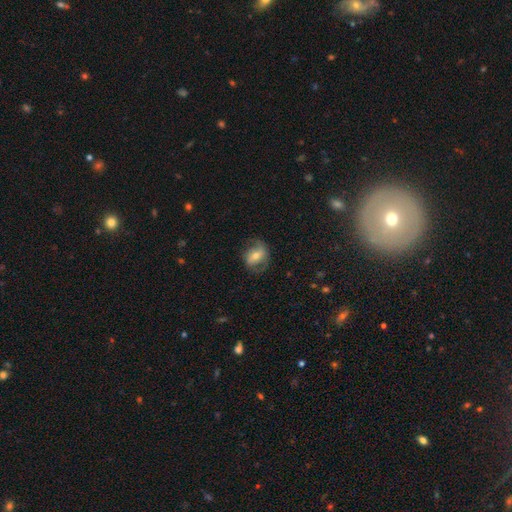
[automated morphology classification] This appears to be a featured or disk galaxy (55%) with a weak bar (36%), spiral arms (73%) and a moderate central bulge (60%). Merging: none (67%).